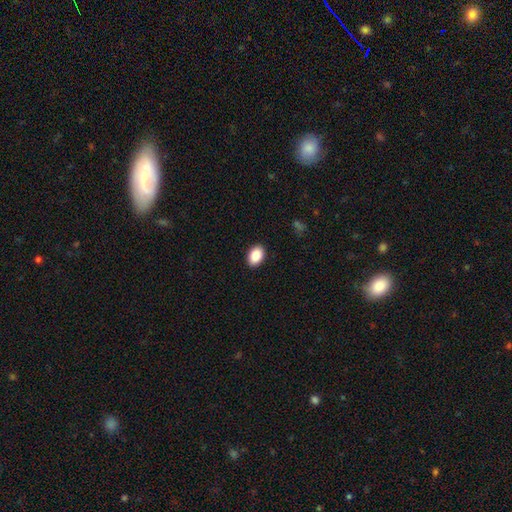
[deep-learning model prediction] The model was most divided on "how rounded": in between: 84%, round: 15%, cigar-shaped: 1%. More confident: merging — none (91%); smooth or featured — smooth (88%).